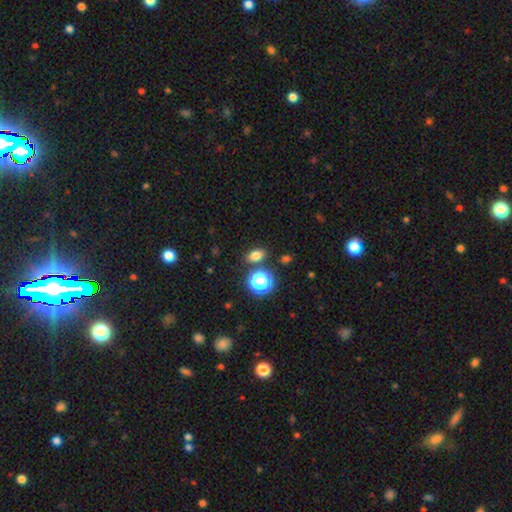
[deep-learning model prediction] smooth_or_featured: smooth (p=0.74) [alt: star or artifact p=0.19]
how_rounded: in between (p=0.68) [alt: round p=0.30]
merging: none (p=0.81) [alt: minor disturbance p=0.09]